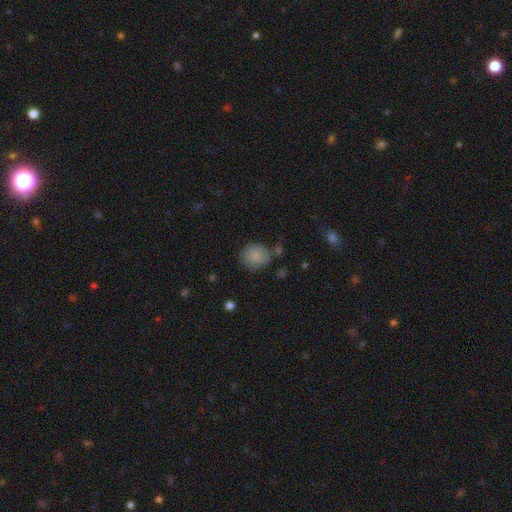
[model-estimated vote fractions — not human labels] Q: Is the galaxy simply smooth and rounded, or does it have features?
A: smooth — 84%.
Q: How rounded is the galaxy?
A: round — 84%.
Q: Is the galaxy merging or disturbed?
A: none — 69%.